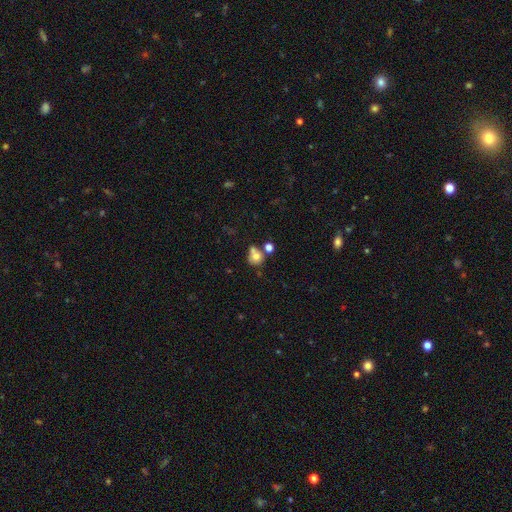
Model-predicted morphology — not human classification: Smooth or featured: smooth — 73% (featured or disk — 15%)
How rounded: round — 79% (in between — 20%)
Merging: none — 47% (merger — 34%)